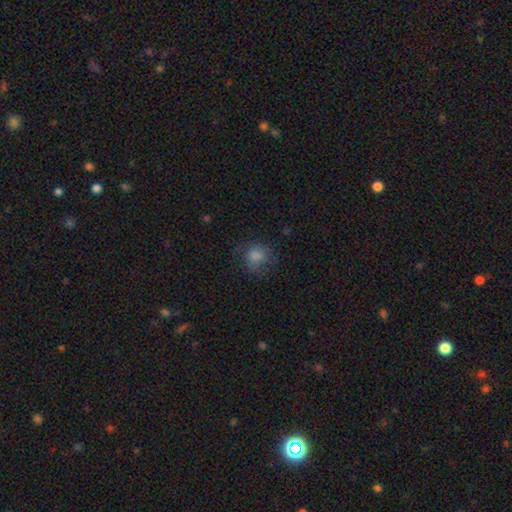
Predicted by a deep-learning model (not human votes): Smooth or featured?
  - smooth: 72% *
  - featured or disk: 14%
  - star or artifact: 14%
How rounded?
  - round: 80% *
  - in between: 19%
  - cigar-shaped: 1%
Merging?
  - none: 67% *
  - minor disturbance: 19%
  - major disturbance: 12%
  - merger: 1%